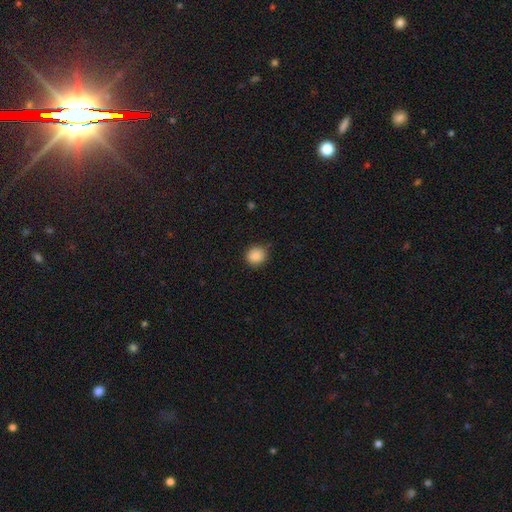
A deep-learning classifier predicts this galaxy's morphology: Overall: smooth (88%). How rounded: round (87%). Merging: none (85%).